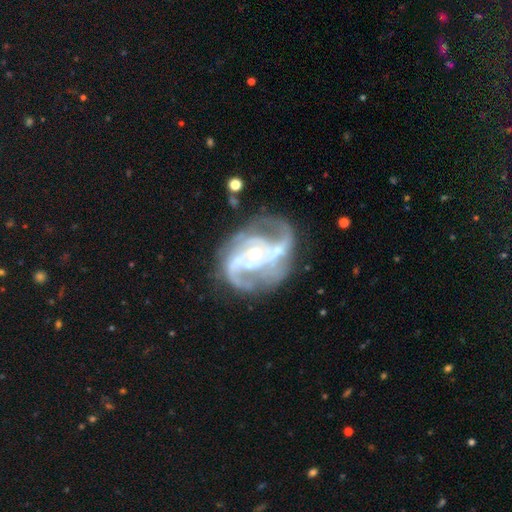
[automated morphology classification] Smooth or featured? featured or disk (90%)
Edge-on disk? no (98%)
Bar? no (52%)
Spiral arms? yes (97%)
Spiral winding? medium (53%)
Spiral arm count? 2 (49%)
Bulge size? small (59%)
Merging? none (56%)